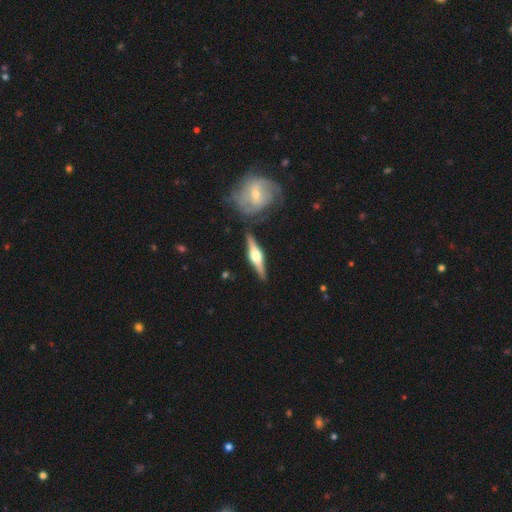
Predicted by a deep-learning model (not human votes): A featured or disk galaxy (76%) viewed edge-on (96%) with a rounded central bulge (93%). Merging: none (83%).